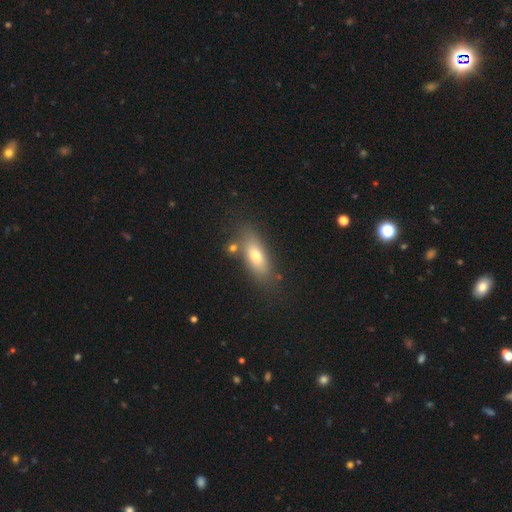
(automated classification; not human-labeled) Smooth or featured: smooth — 69% (featured or disk — 22%)
How rounded: in between — 72% (cigar-shaped — 24%)
Merging: none — 76% (minor disturbance — 13%)